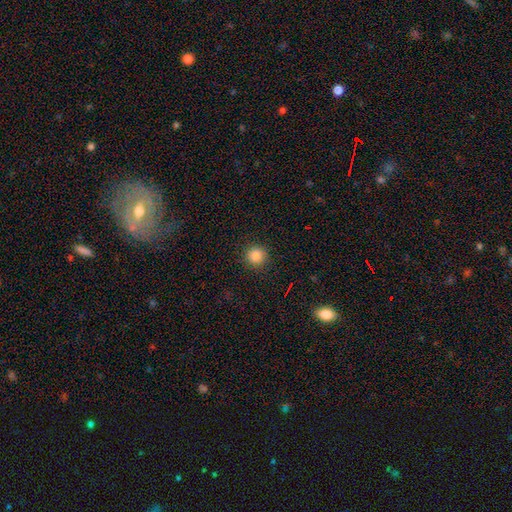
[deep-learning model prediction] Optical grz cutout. It shows a smooth galaxy with no disk features (85%) that is round (94%). Merging: none (91%).